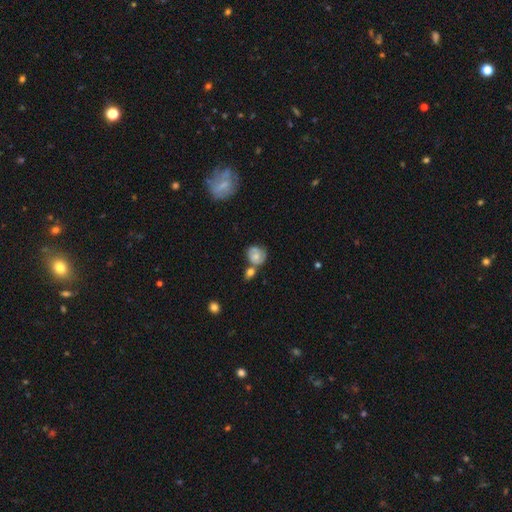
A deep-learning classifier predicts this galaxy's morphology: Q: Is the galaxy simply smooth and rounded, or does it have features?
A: smooth — 57%.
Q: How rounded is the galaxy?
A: round — 69%.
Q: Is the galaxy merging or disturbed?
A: none — 44%.